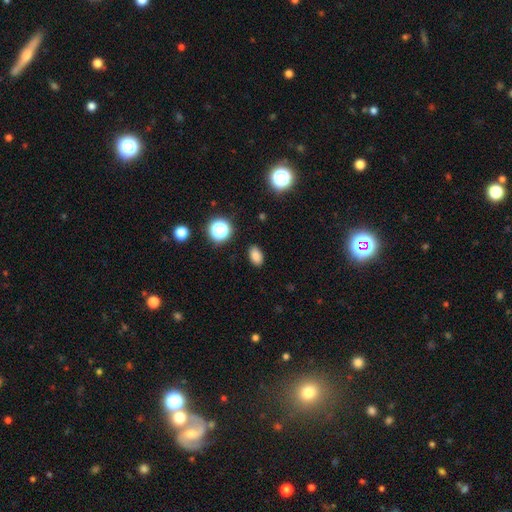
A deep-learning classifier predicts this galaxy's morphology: Smooth or featured? Predicted: smooth (p=0.82). How rounded? Predicted: in between (p=0.85). Merging? Predicted: none (p=0.87).